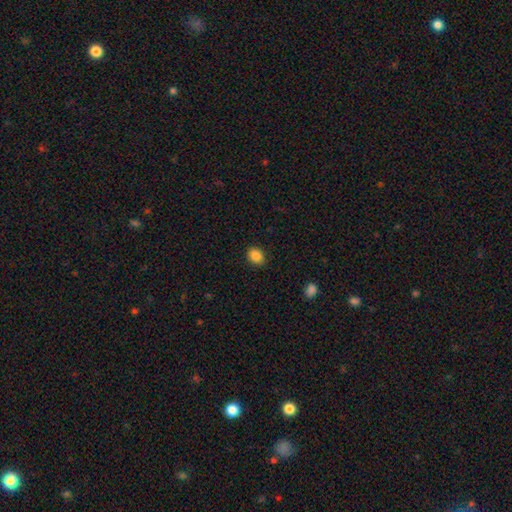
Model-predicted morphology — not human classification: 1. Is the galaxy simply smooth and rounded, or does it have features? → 87% smooth, 10% star or artifact, 4% featured or disk.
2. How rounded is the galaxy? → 56% in between, 43% round, 1% cigar-shaped.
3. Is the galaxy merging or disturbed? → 88% none, 8% minor disturbance, 2% major disturbance, 1% merger.